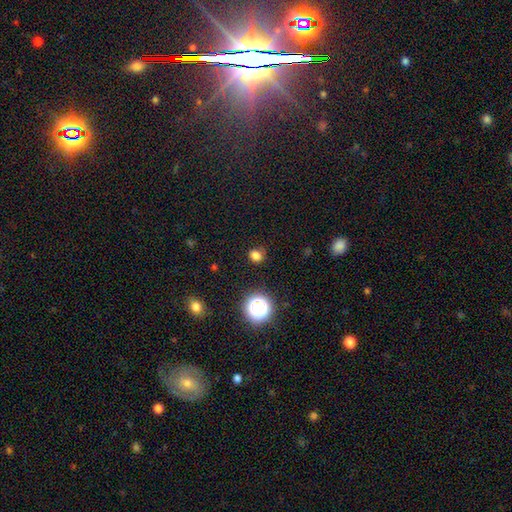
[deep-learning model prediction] The model was most divided on "how rounded": round: 74%, in between: 25%, cigar-shaped: 1%. More confident: merging — none (81%); smooth or featured — smooth (76%).